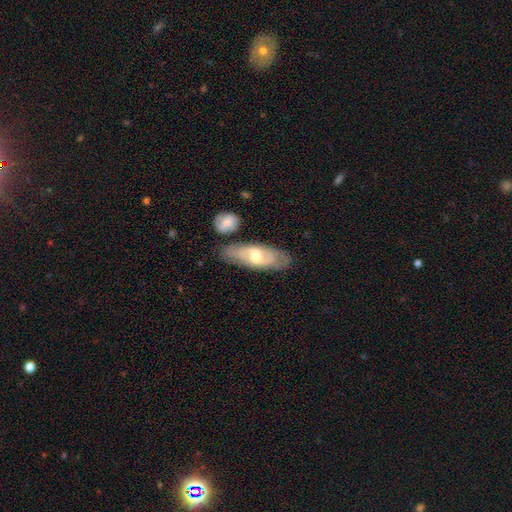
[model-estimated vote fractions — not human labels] A featured or disk galaxy (58%). Merging: none (71%).